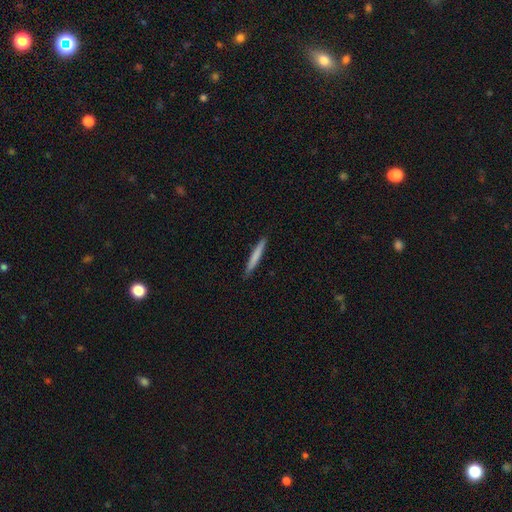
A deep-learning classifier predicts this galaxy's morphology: The model was most divided on "smooth or featured": smooth: 72%, featured or disk: 23%, star or artifact: 5%. More confident: how rounded — cigar-shaped (96%); merging — none (90%).